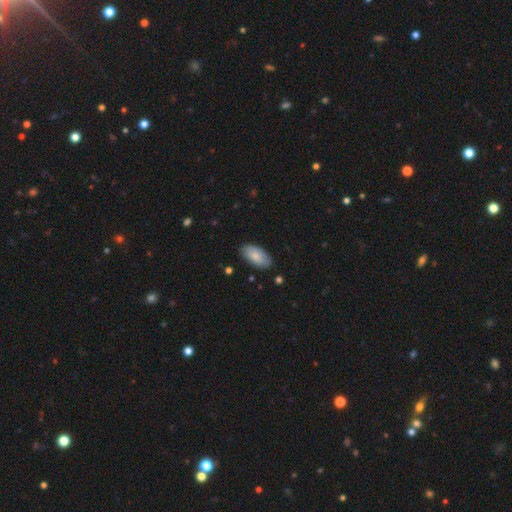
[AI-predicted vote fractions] Morphology: type=smooth (81%); roundness=in between (94%); merging=none (84%).